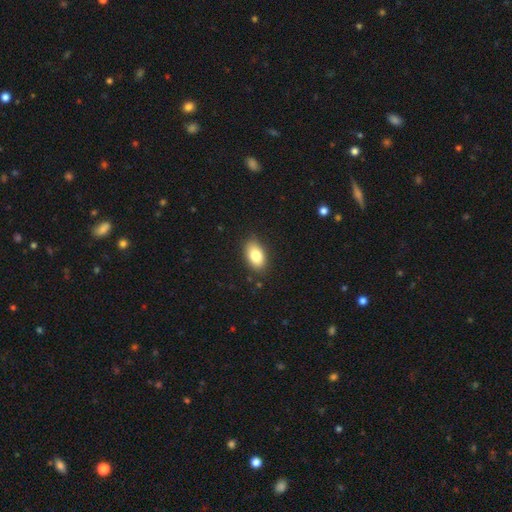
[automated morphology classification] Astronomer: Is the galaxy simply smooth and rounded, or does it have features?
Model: smooth — 82%.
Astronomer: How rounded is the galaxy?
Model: in between — 91%.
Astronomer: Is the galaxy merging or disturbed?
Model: none — 86%.